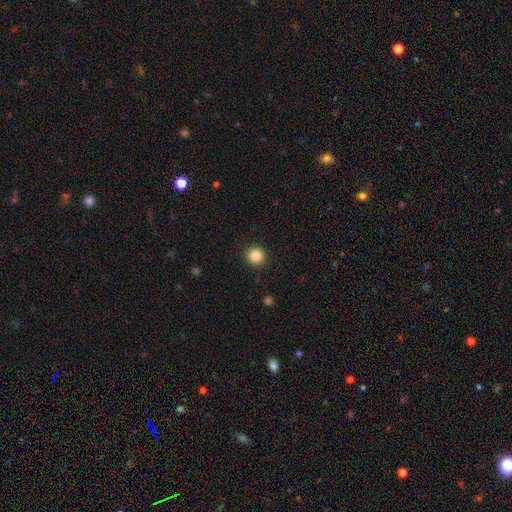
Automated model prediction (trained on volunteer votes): Overall: smooth (85%). How rounded: round (93%). Merging: none (92%).